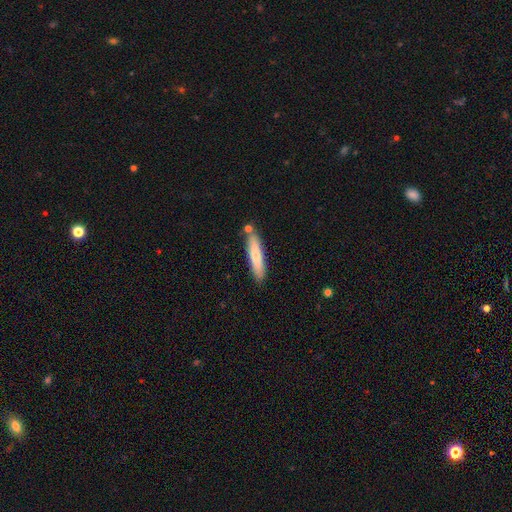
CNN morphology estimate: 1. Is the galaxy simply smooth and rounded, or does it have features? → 67% smooth, 27% featured or disk, 6% star or artifact.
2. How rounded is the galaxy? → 84% cigar-shaped, 14% in between, 1% round.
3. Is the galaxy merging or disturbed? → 77% none, 12% minor disturbance, 8% merger, 2% major disturbance.